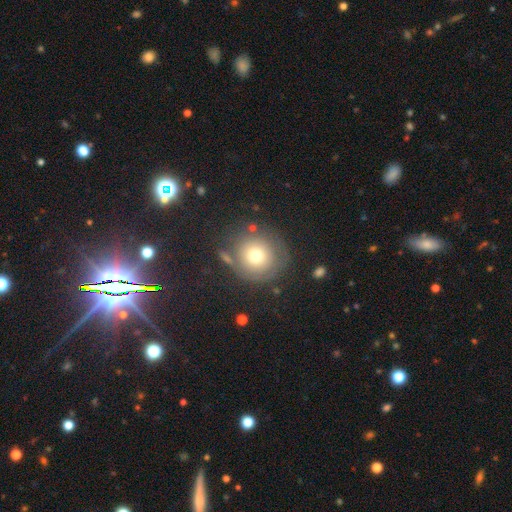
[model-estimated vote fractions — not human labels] Overall: smooth (65%). How rounded: round (93%). Merging: none (71%).